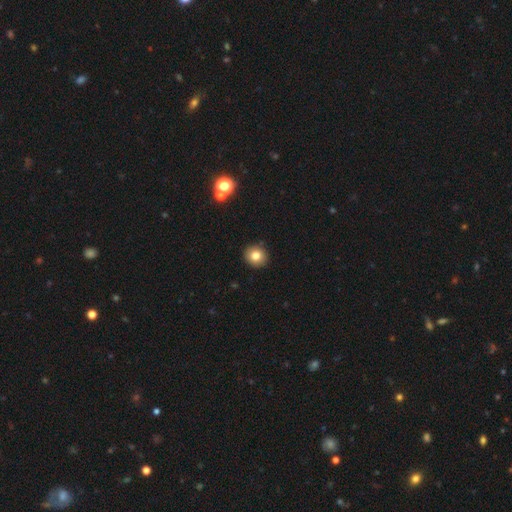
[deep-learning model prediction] Smooth or featured? Predicted: smooth (p=0.80). How rounded? Predicted: round (p=0.88). Merging? Predicted: none (p=0.91).